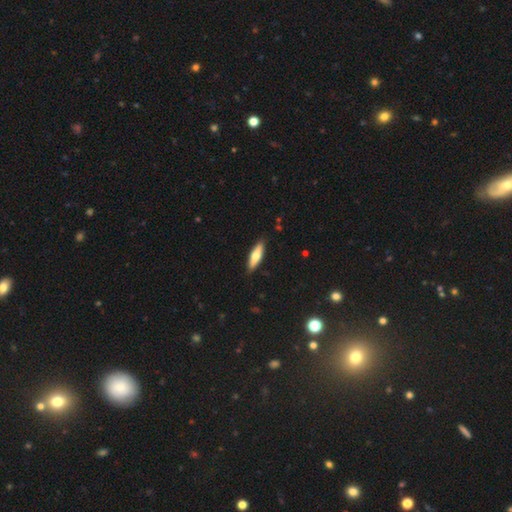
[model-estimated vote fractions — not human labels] Smooth or featured? smooth (59%)
How rounded? cigar-shaped (63%)
Merging? none (88%)